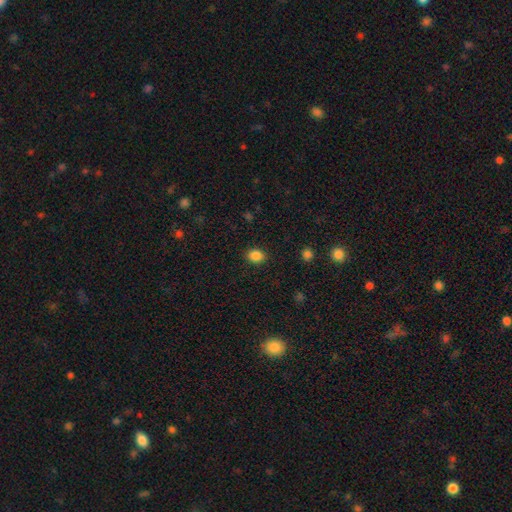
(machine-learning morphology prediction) Smooth or featured: smooth — 86% (star or artifact — 11%)
How rounded: in between — 50% (round — 49%)
Merging: none — 88% (minor disturbance — 8%)